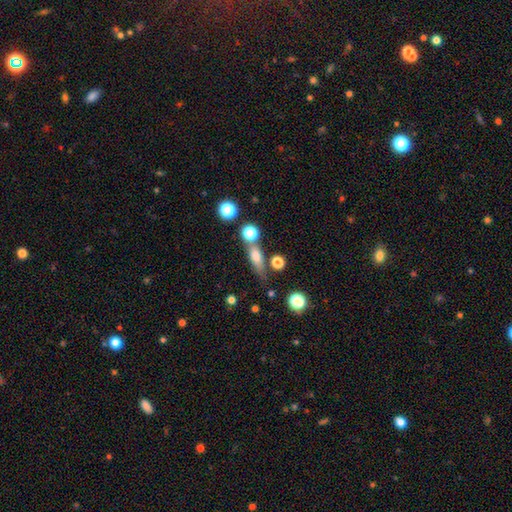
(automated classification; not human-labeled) Overall: smooth (64%). How rounded: cigar-shaped (44%; in between 43%). Merging: none (55%; merger 20%).